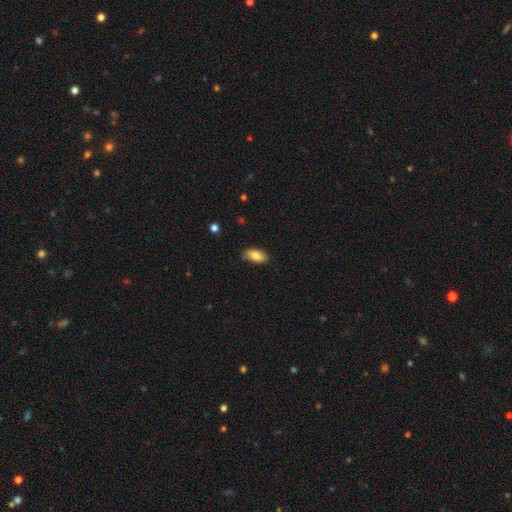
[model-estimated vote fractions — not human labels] smooth_or_featured: smooth (p=0.81) [alt: featured or disk p=0.12]
how_rounded: in between (p=0.91) [alt: cigar-shaped p=0.06]
merging: none (p=0.66) [alt: minor disturbance p=0.27]